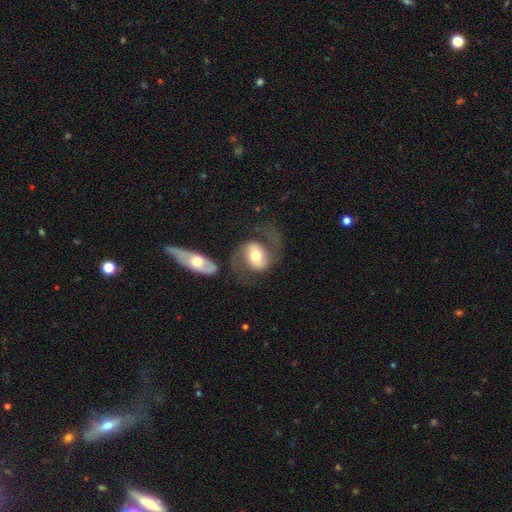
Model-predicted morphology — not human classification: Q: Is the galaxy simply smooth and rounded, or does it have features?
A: featured or disk — 73%.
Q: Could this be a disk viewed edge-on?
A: no — 96%.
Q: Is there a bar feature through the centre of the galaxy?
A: weak — 37%.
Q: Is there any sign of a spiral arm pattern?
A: yes — 89%.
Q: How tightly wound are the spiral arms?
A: medium — 47%.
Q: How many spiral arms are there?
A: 2 — 89%.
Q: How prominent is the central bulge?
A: moderate — 70%.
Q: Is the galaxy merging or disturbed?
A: none — 53%.